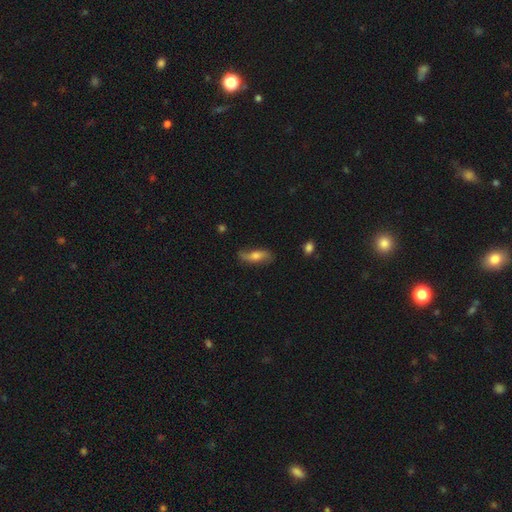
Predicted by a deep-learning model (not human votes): smooth-or-featured: featured or disk: 50% | smooth: 42% | star or artifact: 8%
  disk-edge-on: no: 71% | yes: 29%
  merging: none: 72% | minor disturbance: 20% | major disturbance: 6% | merger: 2%